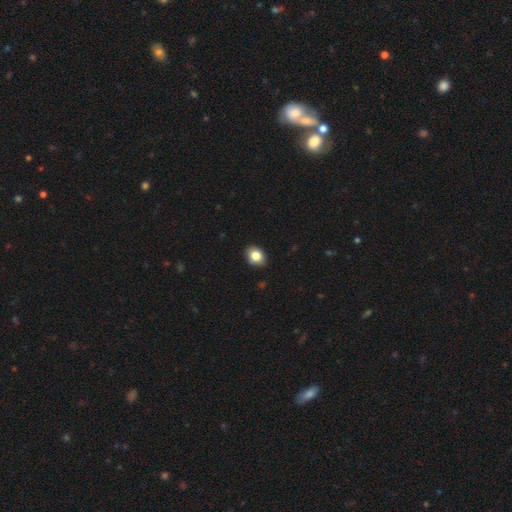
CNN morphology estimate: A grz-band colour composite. It shows a smooth galaxy with no disk features (83%) that is in between round and cigar-shaped (53%). Merging: none (88%).